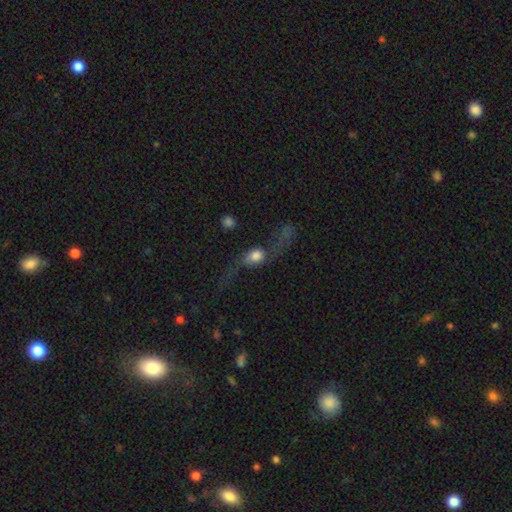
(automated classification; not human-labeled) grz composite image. It shows a featured or disk galaxy (49%). Merging: none (38%, tied with major disturbance).